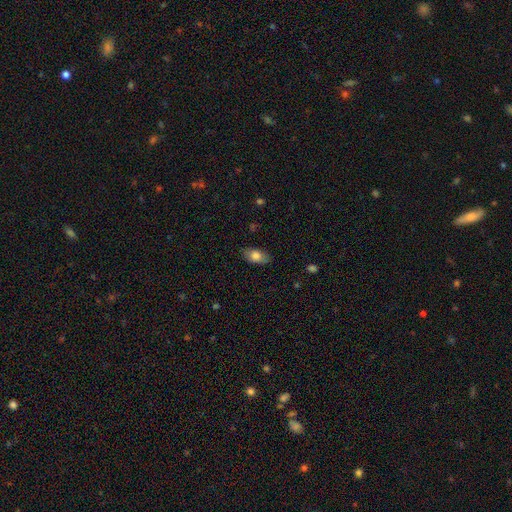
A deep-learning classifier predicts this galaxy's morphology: The model was most divided on "smooth or featured": smooth: 78%, featured or disk: 15%, star or artifact: 7%. More confident: how rounded — in between (89%); merging — none (82%).